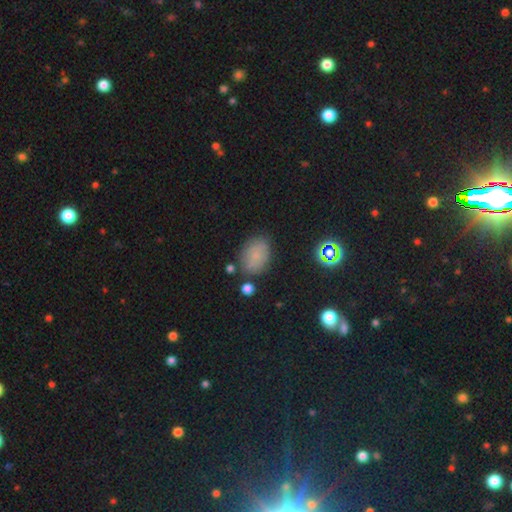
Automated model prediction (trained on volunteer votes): This appears to be a smooth galaxy with no disk features (70%) that is in between round and cigar-shaped (77%). Merging: none (75%).